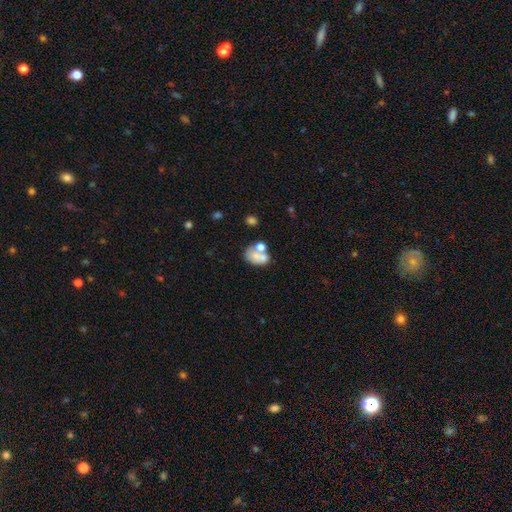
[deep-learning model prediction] smooth_or_featured: smooth (p=0.62) [alt: featured or disk p=0.26]
how_rounded: in between (p=0.70) [alt: round p=0.28]
merging: merger (p=0.44) [alt: none p=0.31]